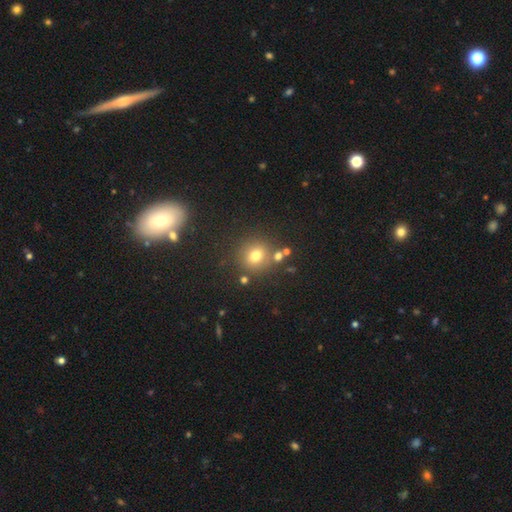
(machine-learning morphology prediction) This is likely a smooth galaxy (73%). How rounded: clearly round (84%). Merging: likely none (78%).